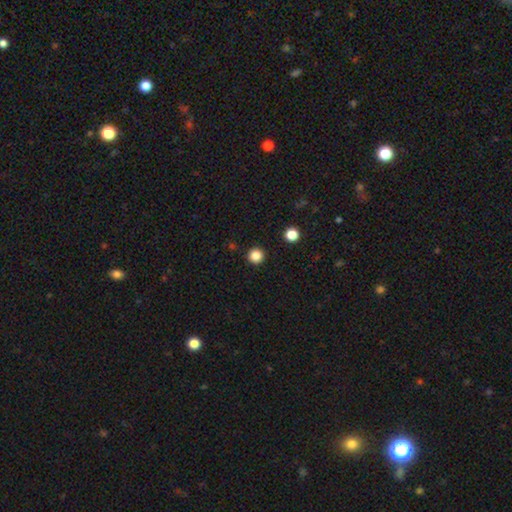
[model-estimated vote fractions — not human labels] Smooth or featured? Predicted: smooth (p=0.85). How rounded? Predicted: round (p=0.96). Merging? Predicted: none (p=0.93).